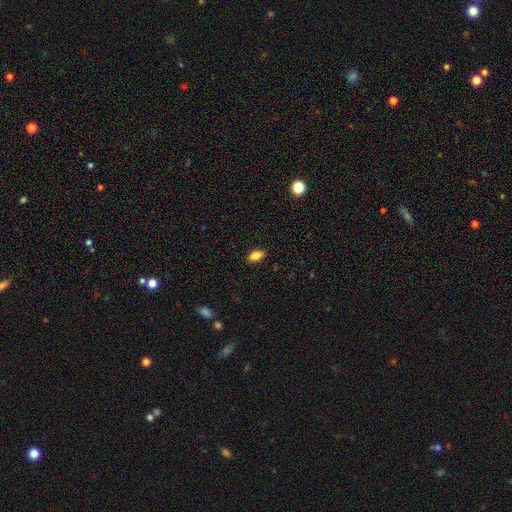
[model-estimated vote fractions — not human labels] Overall: smooth (81%). How rounded: in between (88%). Merging: none (87%).